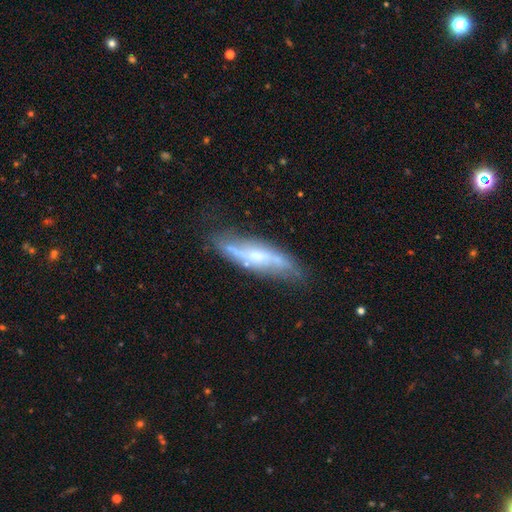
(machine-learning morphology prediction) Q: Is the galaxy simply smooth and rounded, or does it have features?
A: featured or disk — 70%.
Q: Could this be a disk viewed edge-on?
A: no — 59%.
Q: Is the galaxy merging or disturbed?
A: none — 68%.